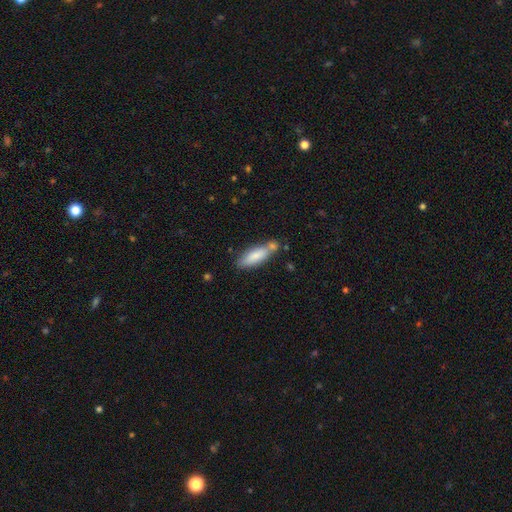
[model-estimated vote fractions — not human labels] This is likely a smooth galaxy (80%). How rounded: possibly in between (50%). Merging: possibly none (58%).